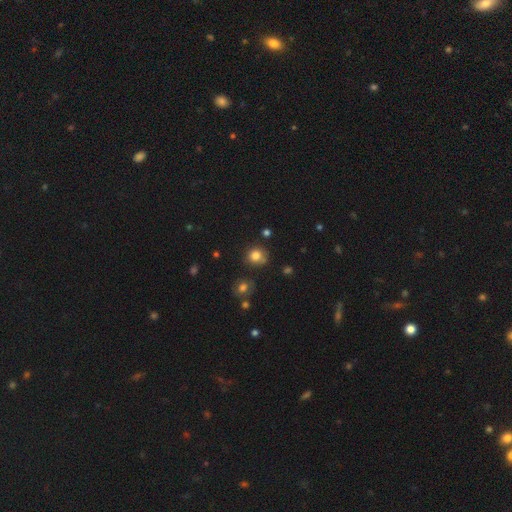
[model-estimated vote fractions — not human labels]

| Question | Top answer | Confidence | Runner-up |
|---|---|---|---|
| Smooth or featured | smooth | 81% | star or artifact (13%) |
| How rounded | round | 84% | in between (15%) |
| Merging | none | 72% | minor disturbance (18%) |